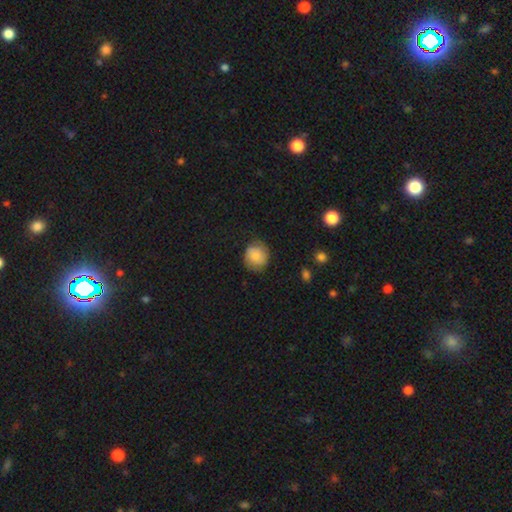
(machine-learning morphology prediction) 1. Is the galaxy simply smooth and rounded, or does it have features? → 75% smooth, 17% featured or disk, 8% star or artifact.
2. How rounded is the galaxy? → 82% round, 17% in between, 1% cigar-shaped.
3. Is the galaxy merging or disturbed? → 72% none, 21% minor disturbance, 6% major disturbance, 1% merger.